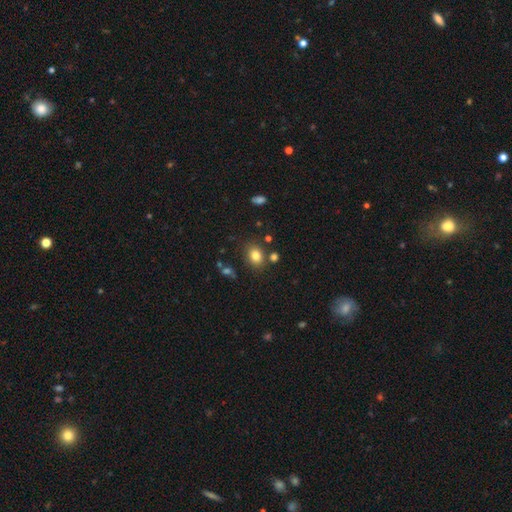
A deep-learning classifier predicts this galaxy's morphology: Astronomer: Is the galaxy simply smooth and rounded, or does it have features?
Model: smooth — 81%.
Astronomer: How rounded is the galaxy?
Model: in between — 53% (runner-up: round, 46%).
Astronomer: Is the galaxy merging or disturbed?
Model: none — 79%.